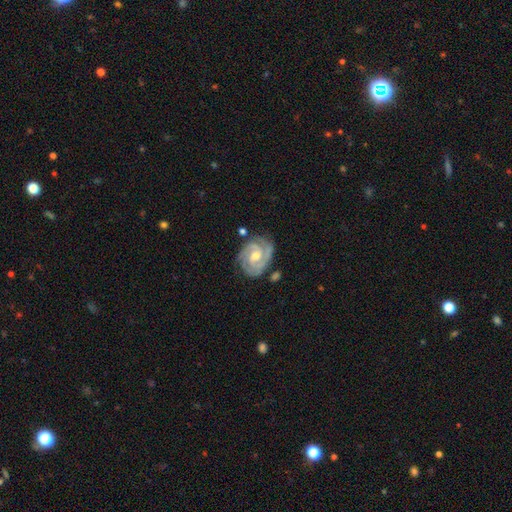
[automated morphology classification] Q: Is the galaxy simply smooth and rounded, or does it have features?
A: featured or disk — 89%.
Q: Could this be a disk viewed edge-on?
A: no — 98%.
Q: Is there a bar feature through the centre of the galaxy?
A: no — 46%.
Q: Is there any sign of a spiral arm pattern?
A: yes — 98%.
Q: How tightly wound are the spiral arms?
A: tight — 69%.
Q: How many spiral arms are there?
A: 2 — 59%.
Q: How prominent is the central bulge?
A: moderate — 63%.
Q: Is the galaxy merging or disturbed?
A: none — 75%.